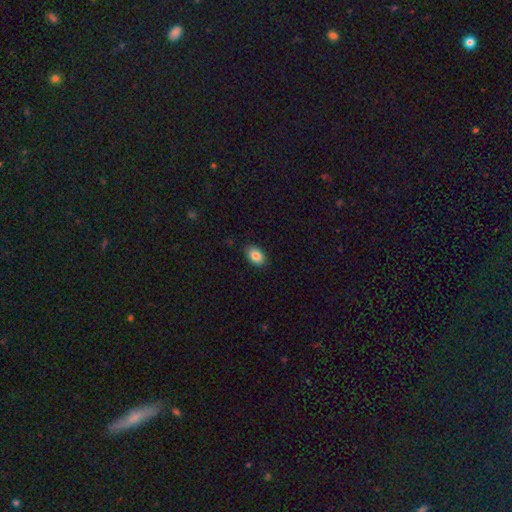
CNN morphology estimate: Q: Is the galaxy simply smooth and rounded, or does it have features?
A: smooth — 87%.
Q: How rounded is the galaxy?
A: in between — 87%.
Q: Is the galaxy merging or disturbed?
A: none — 87%.